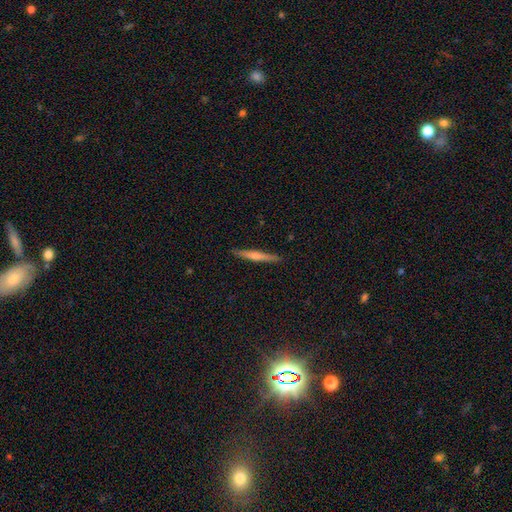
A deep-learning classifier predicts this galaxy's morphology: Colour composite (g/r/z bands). It shows a smooth galaxy with no disk features (51%) that is cigar-shaped (95%). Merging: none (89%).